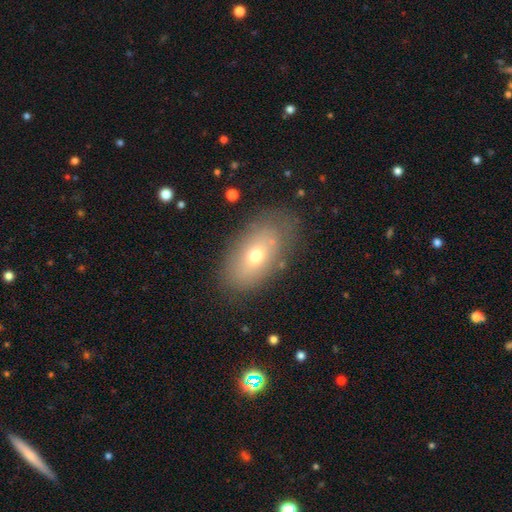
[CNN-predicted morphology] Smooth or featured? smooth (64%)
How rounded? in between (87%)
Merging? none (77%)